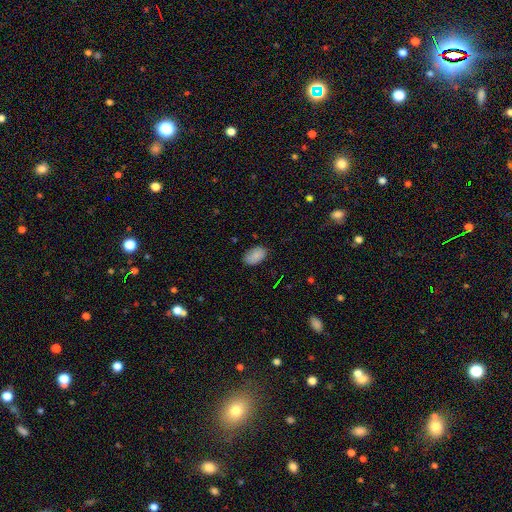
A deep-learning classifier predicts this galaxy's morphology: smooth_or_featured: smooth (p=0.85) [alt: star or artifact p=0.08]
how_rounded: in between (p=0.93) [alt: round p=0.06]
merging: none (p=0.82) [alt: minor disturbance p=0.14]